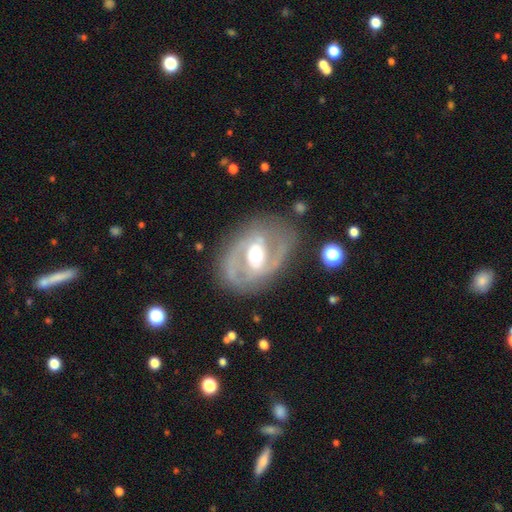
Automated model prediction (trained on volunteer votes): This is clearly a featured or disk galaxy (85%). It is clearly not viewed edge-on (96%). Bar: marginally weak (41%). Spiral arm pattern: clearly yes (87%). Spiral arm count: clearly 2 (84%). Spiral winding: possibly medium (48%). Central bulge: likely moderate (69%). Merging: likely none (74%).